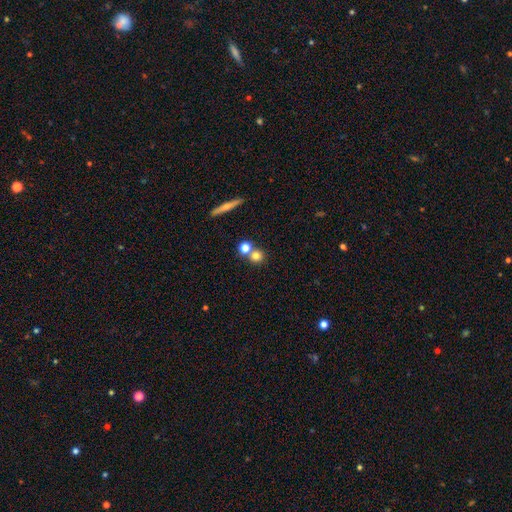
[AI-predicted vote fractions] Smooth or featured?
  - smooth: 74% *
  - featured or disk: 14%
  - star or artifact: 13%
How rounded?
  - round: 88% *
  - in between: 9%
  - cigar-shaped: 2%
Merging?
  - none: 55% *
  - merger: 36%
  - minor disturbance: 7%
  - major disturbance: 3%